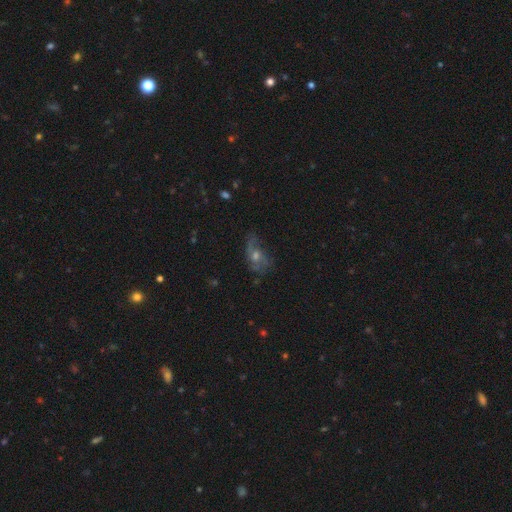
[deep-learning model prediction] Smooth or featured? Predicted: featured or disk (p=0.59). Edge-on disk? Predicted: no (p=0.92). Bar? Predicted: no (p=0.73). Spiral arms? Predicted: yes (p=0.75). Bulge size? Predicted: moderate (p=0.57). Merging? Predicted: none (p=0.49).